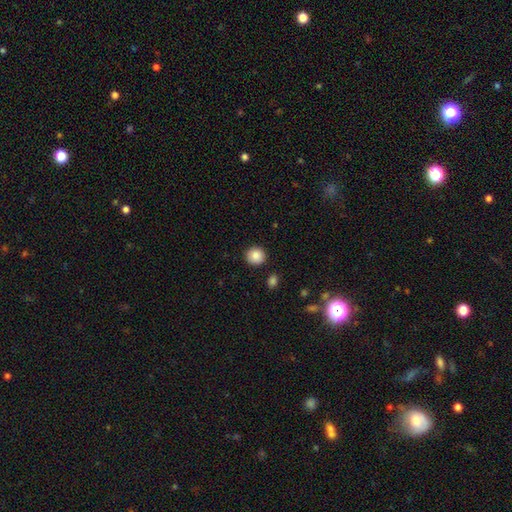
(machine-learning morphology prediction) Smooth or featured: smooth — 88% (star or artifact — 8%)
How rounded: round — 91% (in between — 8%)
Merging: none — 91% (minor disturbance — 6%)